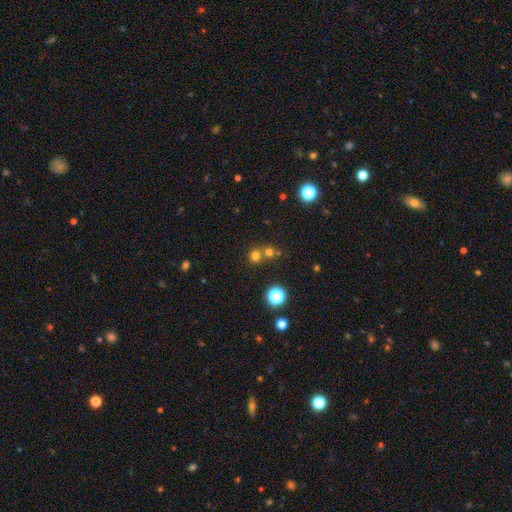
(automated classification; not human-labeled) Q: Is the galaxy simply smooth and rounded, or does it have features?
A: smooth — 67%.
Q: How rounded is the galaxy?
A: round — 87%.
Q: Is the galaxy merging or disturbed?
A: none — 55%.